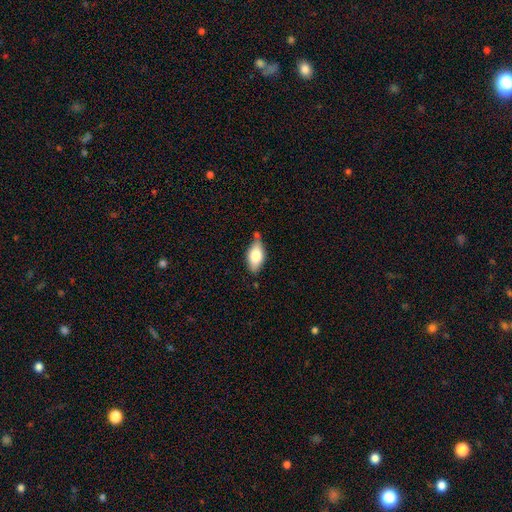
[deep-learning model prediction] This is likely a smooth galaxy (73%). How rounded: clearly in between (89%). Merging: likely none (66%).